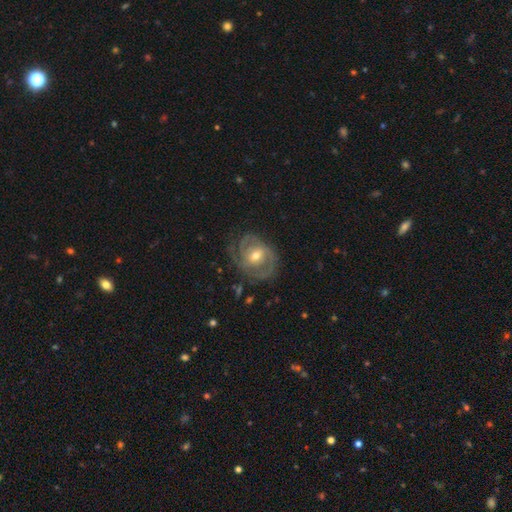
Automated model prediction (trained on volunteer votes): The model was most divided on "bar": no: 45%, weak: 42%, strong: 13%. Remaining: edge-on disk — no (97%); spiral arms — yes (94%); smooth or featured — featured or disk (85%); merging — none (67%); bulge size — moderate (59%); spiral winding — tight (51%); spiral arm count — 2 (39%).